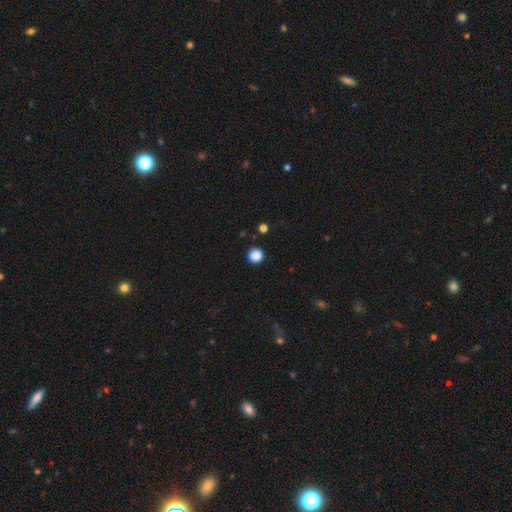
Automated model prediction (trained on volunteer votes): Smooth or featured?
  - smooth: 87% *
  - star or artifact: 11%
  - featured or disk: 3%
How rounded?
  - round: 92% *
  - in between: 7%
  - cigar-shaped: 1%
Merging?
  - none: 91% *
  - minor disturbance: 6%
  - major disturbance: 2%
  - merger: 2%